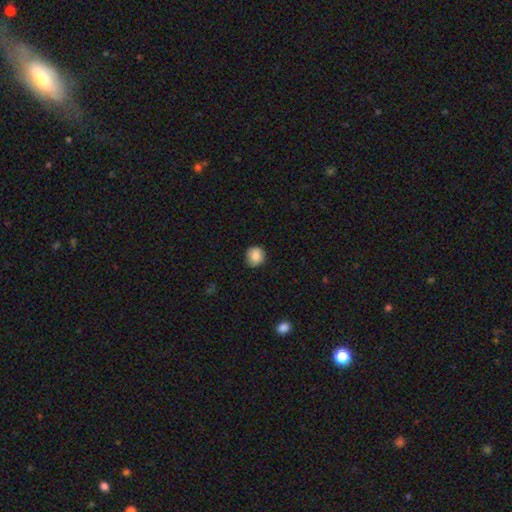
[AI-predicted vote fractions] Smooth or featured? Predicted: smooth (p=0.85). How rounded? Predicted: round (p=0.90). Merging? Predicted: none (p=0.85).